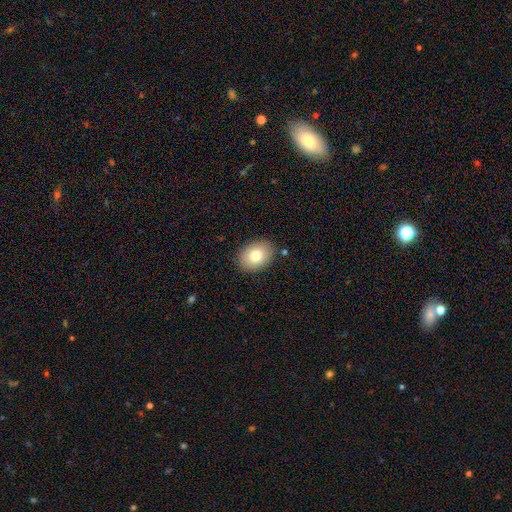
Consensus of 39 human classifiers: A smooth galaxy with no disk features (85%) that is in between round and cigar-shaped (73%). Merging: none (89%).